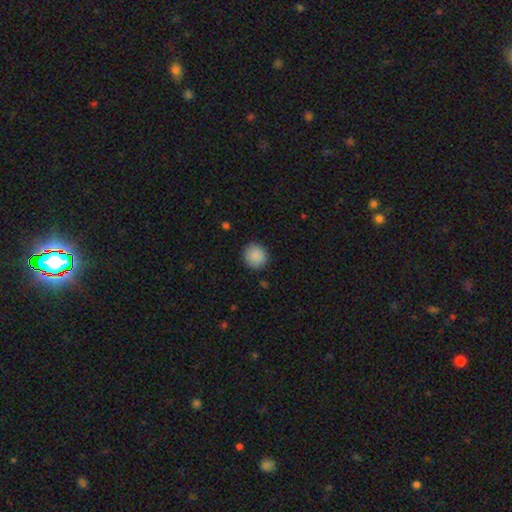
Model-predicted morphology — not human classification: Smooth or featured: smooth — 89% (star or artifact — 7%)
How rounded: round — 91% (in between — 8%)
Merging: none — 89% (minor disturbance — 8%)